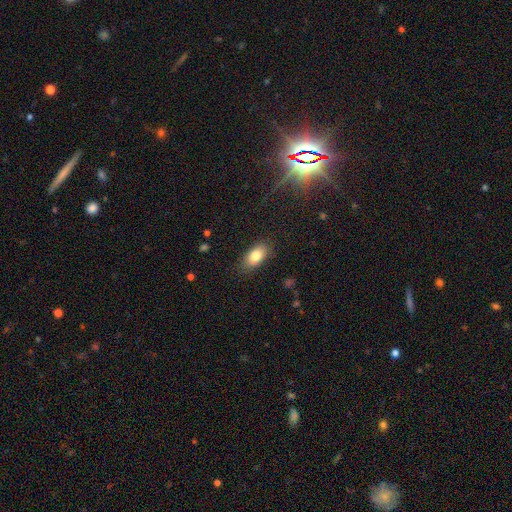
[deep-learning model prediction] Q: Smooth or featured?
A: smooth (80%); runner-up: featured or disk (12%)
Q: How rounded?
A: in between (90%); runner-up: round (6%)
Q: Merging?
A: none (83%); runner-up: minor disturbance (13%)